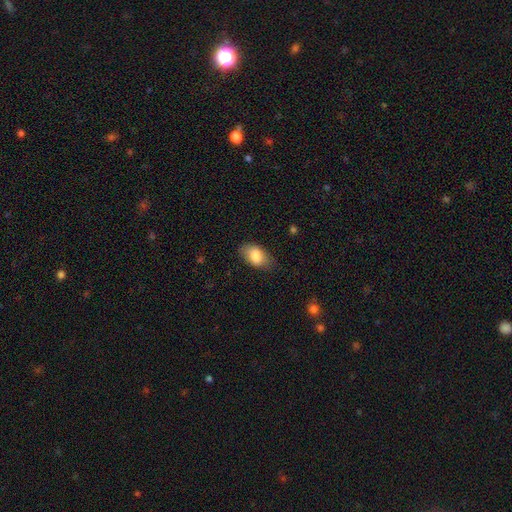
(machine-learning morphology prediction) This is clearly a smooth galaxy (83%). How rounded: clearly in between (90%). Merging: likely none (74%).